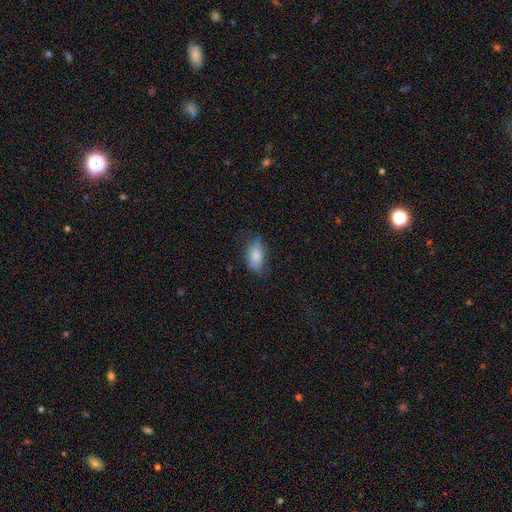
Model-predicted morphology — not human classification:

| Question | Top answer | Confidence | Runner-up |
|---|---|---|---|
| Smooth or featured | smooth | 81% | featured or disk (12%) |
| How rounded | in between | 90% | cigar-shaped (5%) |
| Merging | none | 68% | minor disturbance (25%) |